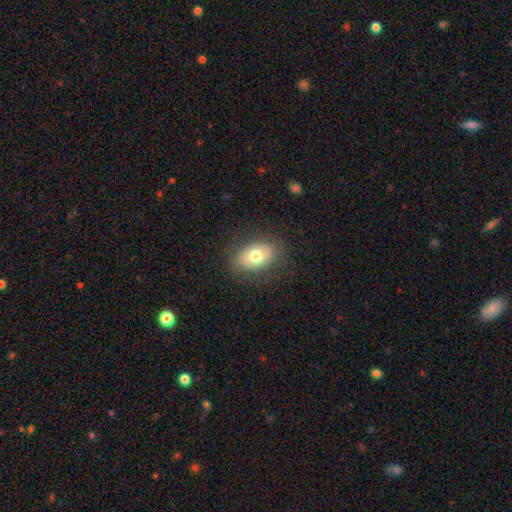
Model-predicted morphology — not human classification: smooth-or-featured: smooth: 73% | featured or disk: 18% | star or artifact: 9%
  how-rounded: in between: 83% | round: 16% | cigar-shaped: 1%
  merging: none: 82% | minor disturbance: 12% | major disturbance: 5% | merger: 1%